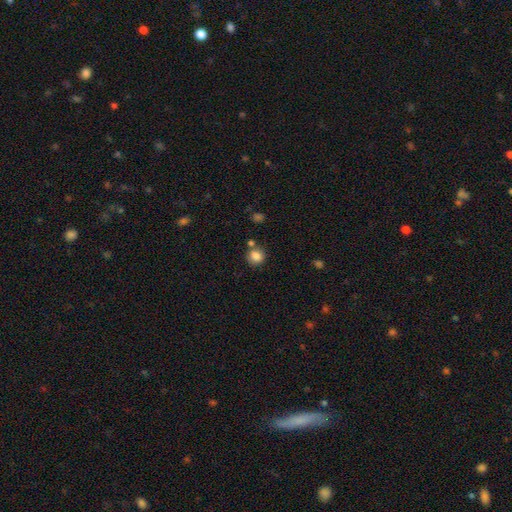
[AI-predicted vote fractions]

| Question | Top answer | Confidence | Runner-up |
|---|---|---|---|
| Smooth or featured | smooth | 84% | star or artifact (11%) |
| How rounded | round | 85% | in between (14%) |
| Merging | none | 72% | merger (12%) |